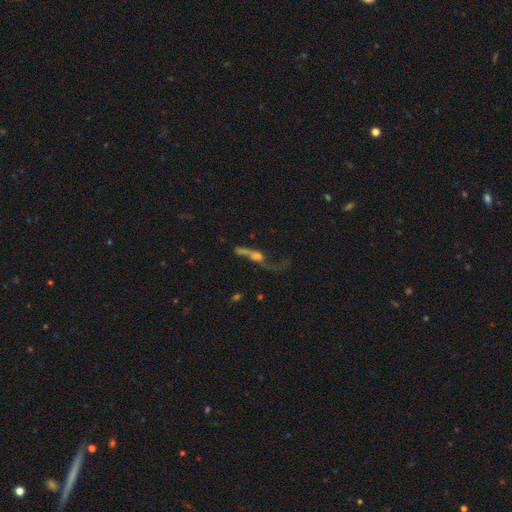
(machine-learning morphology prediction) This is likely a featured or disk galaxy (63%). It is likely not viewed edge-on (68%). Merging: marginally major disturbance (36%).